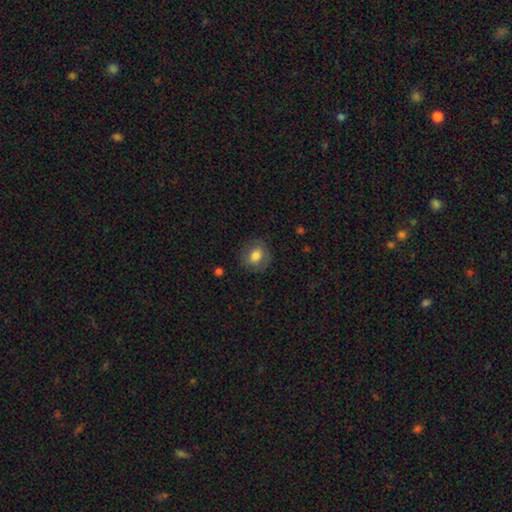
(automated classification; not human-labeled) Q: Smooth or featured?
A: smooth (78%); runner-up: featured or disk (13%)
Q: How rounded?
A: round (67%); runner-up: in between (32%)
Q: Merging?
A: none (79%); runner-up: minor disturbance (15%)